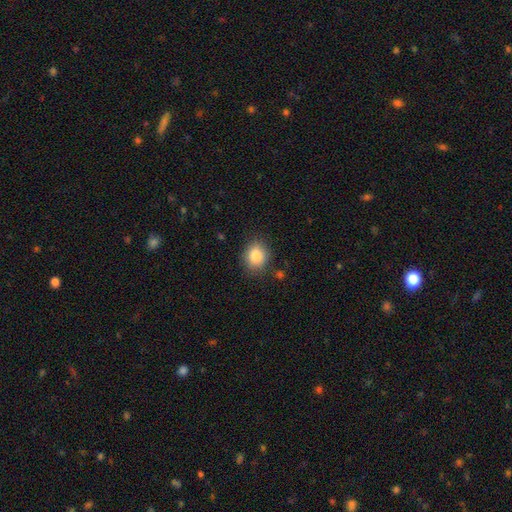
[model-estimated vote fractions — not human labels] Smooth or featured: smooth — 84% (star or artifact — 9%)
How rounded: round — 67% (in between — 32%)
Merging: none — 84% (minor disturbance — 11%)